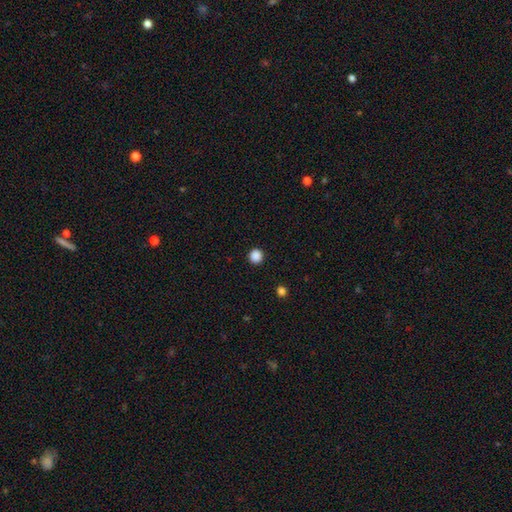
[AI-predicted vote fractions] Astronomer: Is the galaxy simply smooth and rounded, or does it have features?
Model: smooth — 87%.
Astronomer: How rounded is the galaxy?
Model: round — 94%.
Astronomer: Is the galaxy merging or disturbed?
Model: none — 93%.